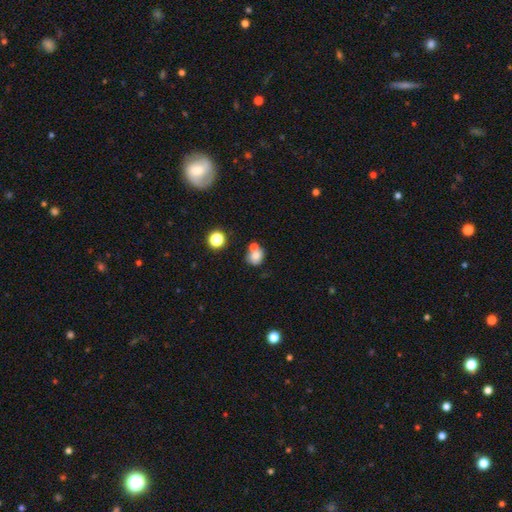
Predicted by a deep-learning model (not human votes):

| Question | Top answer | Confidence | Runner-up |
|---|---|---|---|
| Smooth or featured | smooth | 72% | featured or disk (16%) |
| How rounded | round | 67% | in between (32%) |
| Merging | none | 43% | merger (40%) |